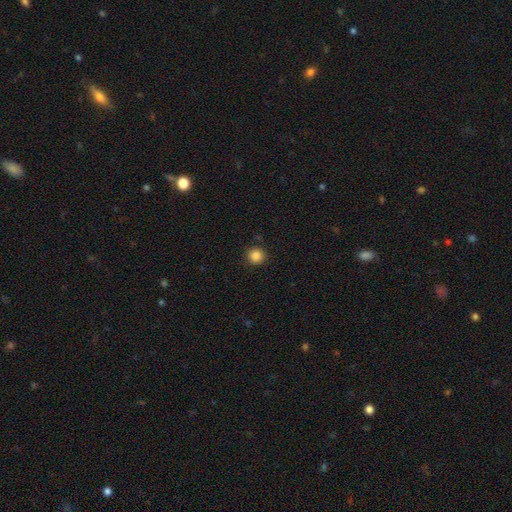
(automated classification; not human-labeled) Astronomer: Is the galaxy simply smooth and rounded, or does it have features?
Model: smooth — 86%.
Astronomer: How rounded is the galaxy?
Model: round — 94%.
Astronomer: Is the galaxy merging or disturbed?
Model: none — 91%.